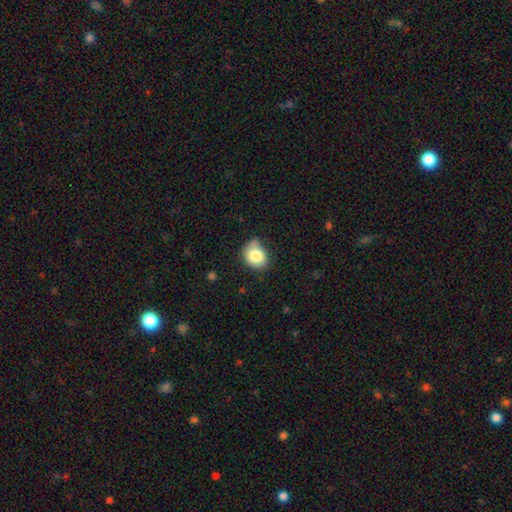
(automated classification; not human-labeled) smooth_or_featured: smooth (p=0.83) [alt: star or artifact p=0.09]
how_rounded: round (p=0.55) [alt: in between p=0.44]
merging: none (p=0.61) [alt: minor disturbance p=0.28]